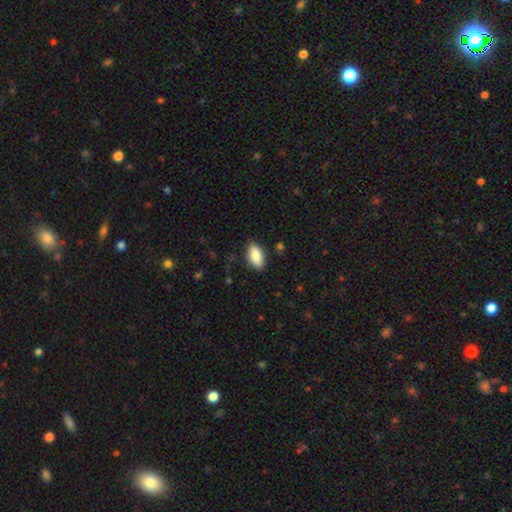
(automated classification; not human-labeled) Smooth or featured?
  - smooth: 88% *
  - star or artifact: 6%
  - featured or disk: 6%
How rounded?
  - in between: 93% *
  - cigar-shaped: 4%
  - round: 3%
Merging?
  - none: 85% *
  - minor disturbance: 11%
  - major disturbance: 2%
  - merger: 1%